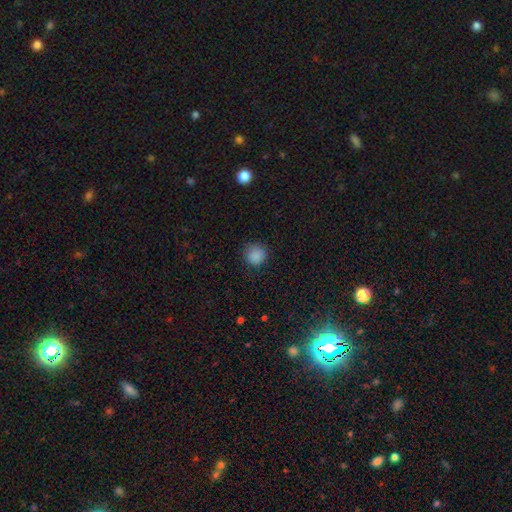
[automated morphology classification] Smooth or featured: smooth — 86% (star or artifact — 11%)
How rounded: round — 90% (in between — 9%)
Merging: none — 82% (minor disturbance — 13%)